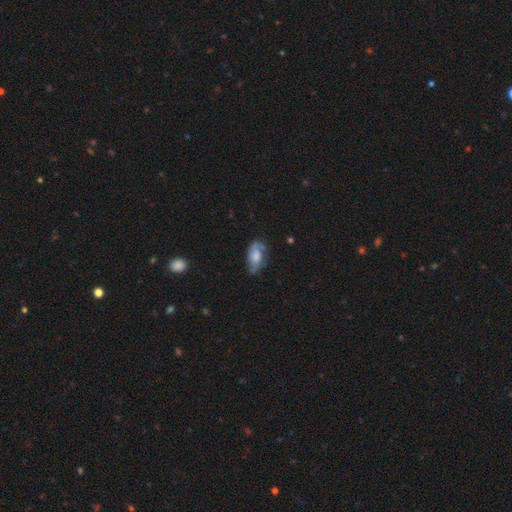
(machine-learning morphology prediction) This appears to be a featured or disk galaxy (55%) with no bar (69%), spiral arms (81%) and a moderate central bulge (37%). Merging: none (60%).